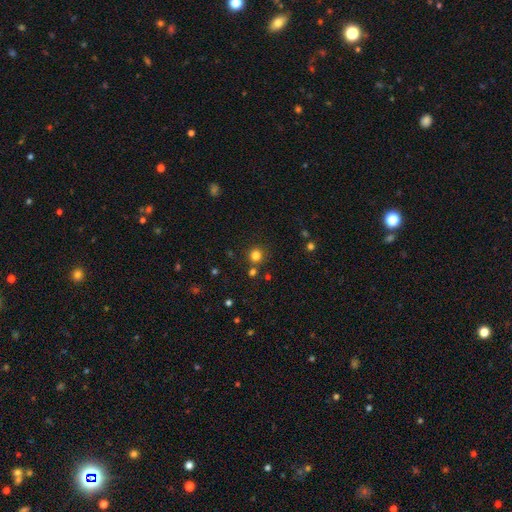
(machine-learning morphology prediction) A smooth galaxy with no disk features (80%) that is round (93%). Merging: none (81%).